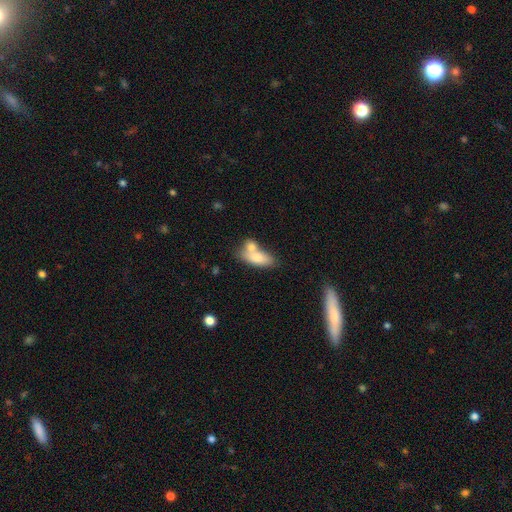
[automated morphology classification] This appears to be a smooth galaxy with no disk features (79%) that is in between round and cigar-shaped (80%). Merging: merger (47%).